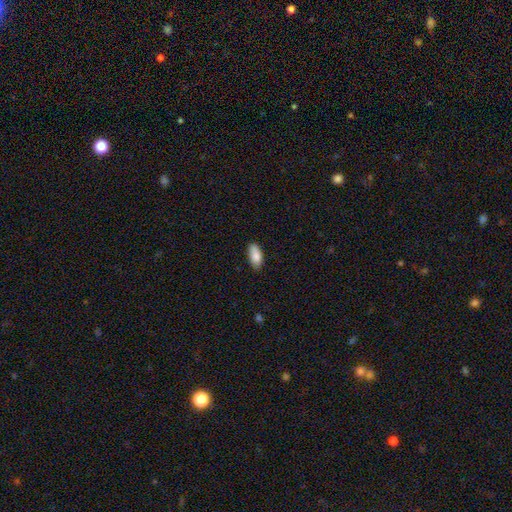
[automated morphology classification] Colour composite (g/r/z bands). It shows a smooth galaxy with no disk features (87%) that is in between round and cigar-shaped (89%). Merging: none (80%).